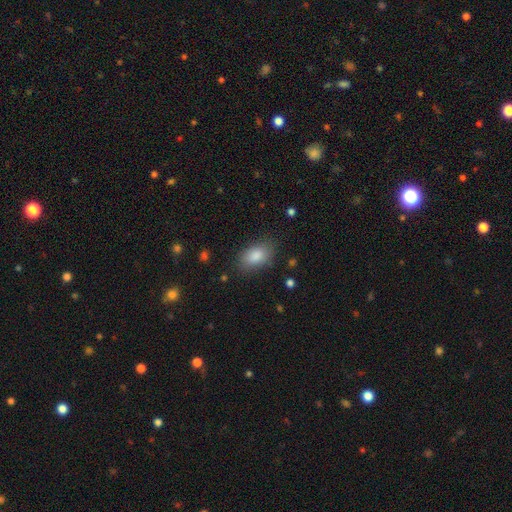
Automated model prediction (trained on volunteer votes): Smooth or featured?
  - smooth: 85% *
  - star or artifact: 8%
  - featured or disk: 7%
How rounded?
  - in between: 88% *
  - round: 10%
  - cigar-shaped: 2%
Merging?
  - none: 81% *
  - minor disturbance: 14%
  - major disturbance: 4%
  - merger: 1%